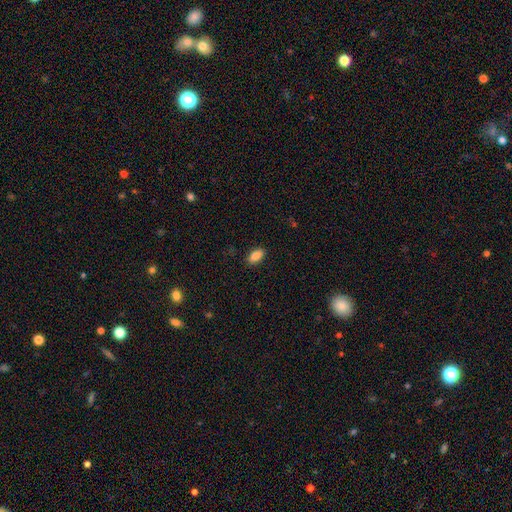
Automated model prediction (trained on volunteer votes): Smooth or featured? smooth (87%)
How rounded? in between (92%)
Merging? none (89%)